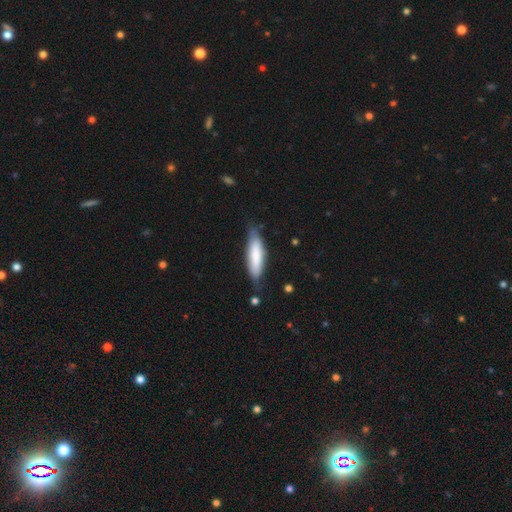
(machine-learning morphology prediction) Smooth or featured? smooth (77%)
How rounded? cigar-shaped (62%)
Merging? none (73%)